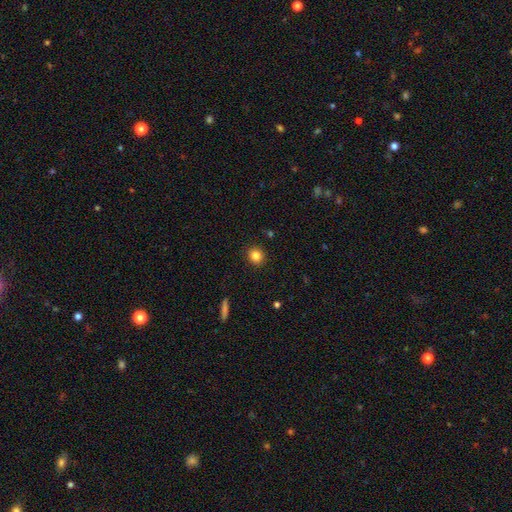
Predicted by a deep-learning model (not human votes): The model was most divided on "smooth or featured": smooth: 83%, star or artifact: 11%, featured or disk: 6%. More confident: merging — none (91%); how rounded — round (88%).